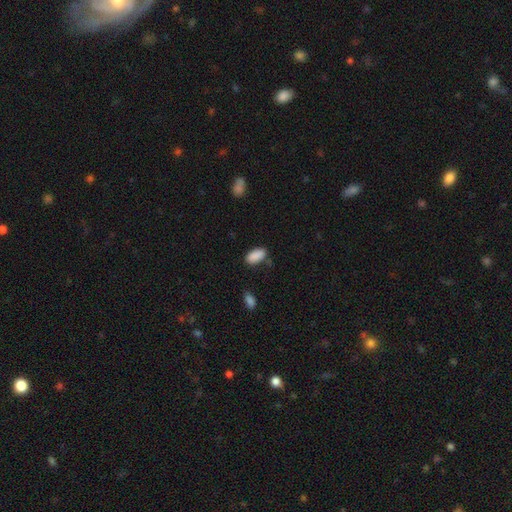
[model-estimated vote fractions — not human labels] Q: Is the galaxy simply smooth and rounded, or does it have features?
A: smooth — 89%.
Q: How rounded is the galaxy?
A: in between — 92%.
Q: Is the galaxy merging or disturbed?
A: none — 77%.